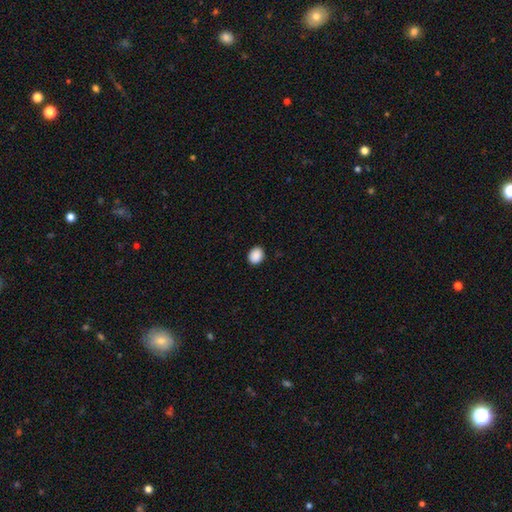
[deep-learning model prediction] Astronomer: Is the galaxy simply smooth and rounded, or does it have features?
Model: smooth — 90%.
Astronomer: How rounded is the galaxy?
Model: in between — 51% (runner-up: round, 48%).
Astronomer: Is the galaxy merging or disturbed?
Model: none — 90%.